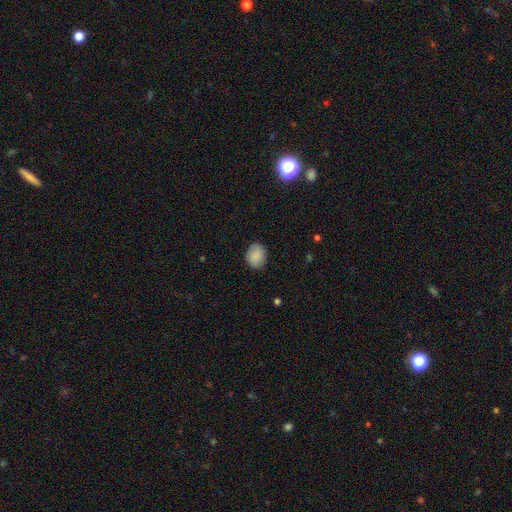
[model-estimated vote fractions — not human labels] This is clearly a smooth galaxy (87%). How rounded: likely round (63%). Merging: clearly none (87%).